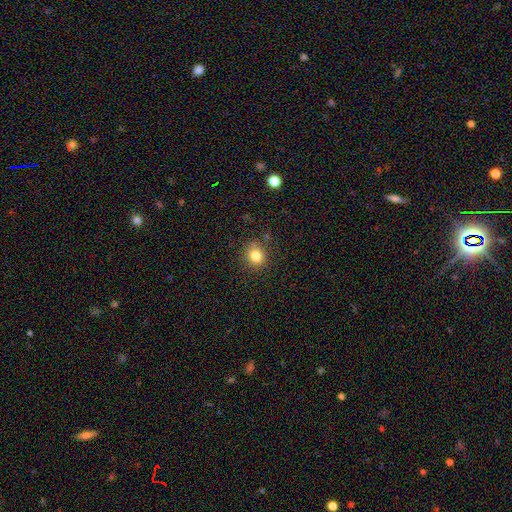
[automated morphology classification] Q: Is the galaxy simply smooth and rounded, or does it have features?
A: smooth — 82%.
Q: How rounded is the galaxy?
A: round — 79%.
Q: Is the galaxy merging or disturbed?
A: none — 83%.